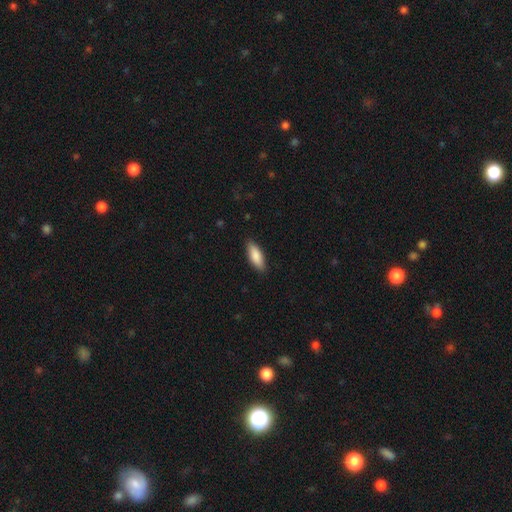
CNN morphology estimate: smooth_or_featured: smooth (p=0.86) [alt: featured or disk p=0.08]
how_rounded: in between (p=0.70) [alt: cigar-shaped p=0.28]
merging: none (p=0.87) [alt: minor disturbance p=0.10]